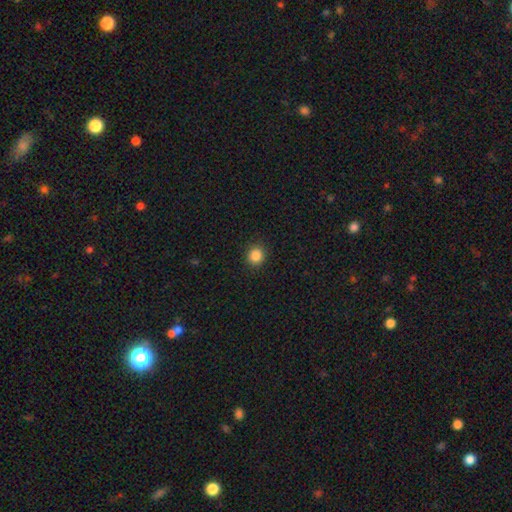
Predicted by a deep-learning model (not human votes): Smooth or featured?
  - smooth: 86% *
  - star or artifact: 11%
  - featured or disk: 3%
How rounded?
  - round: 88% *
  - in between: 11%
  - cigar-shaped: 1%
Merging?
  - none: 92% *
  - minor disturbance: 6%
  - major disturbance: 2%
  - merger: 1%